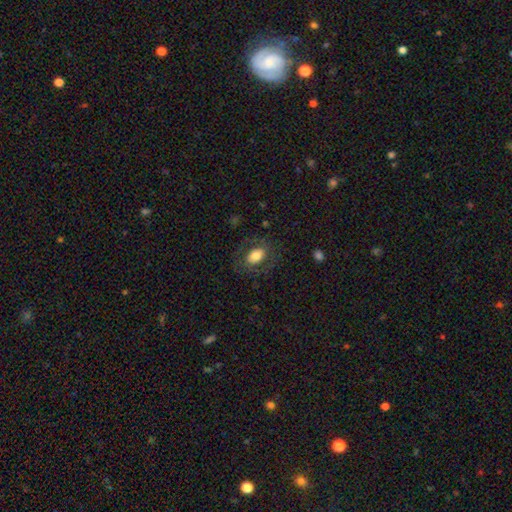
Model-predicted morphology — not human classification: This appears to be a smooth galaxy with no disk features (68%) that is in between round and cigar-shaped (82%). Merging: none (75%).